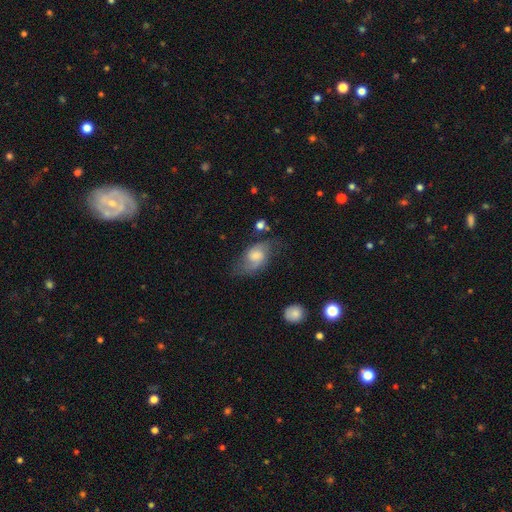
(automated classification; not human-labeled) A featured or disk galaxy (55%) with no bar (57%), spiral arms (85%) and a moderate central bulge (45%). Merging: none (59%).